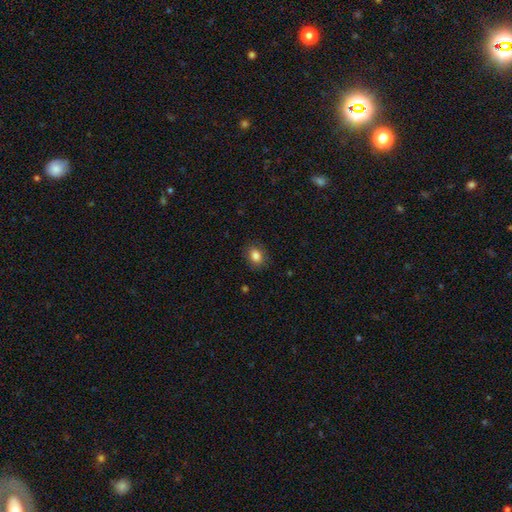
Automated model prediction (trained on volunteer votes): smooth-or-featured: smooth: 84% | star or artifact: 9% | featured or disk: 6%
  how-rounded: in between: 64% | round: 35% | cigar-shaped: 1%
  merging: none: 85% | minor disturbance: 11% | major disturbance: 3% | merger: 1%